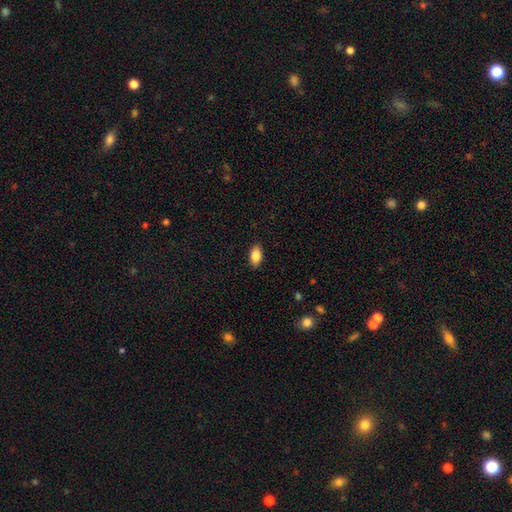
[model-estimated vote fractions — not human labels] Smooth or featured? smooth (87%)
How rounded? in between (92%)
Merging? none (89%)